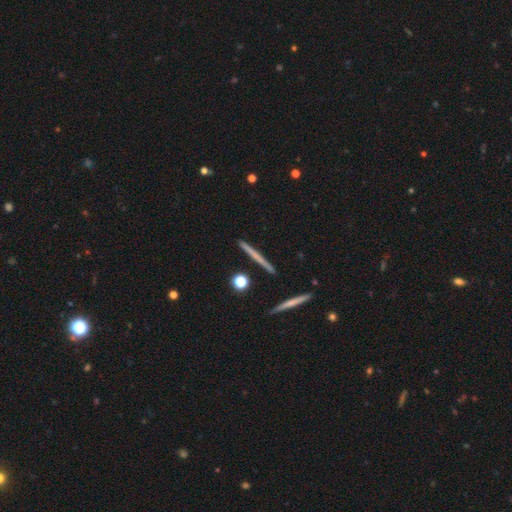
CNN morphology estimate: type=featured or disk (51%); edge-on=yes (97%); merging=none (91%).